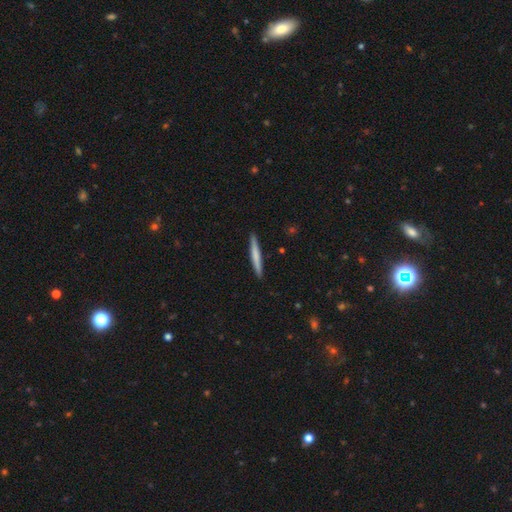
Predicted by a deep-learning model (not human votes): Smooth or featured? smooth (64%)
How rounded? cigar-shaped (96%)
Merging? none (91%)